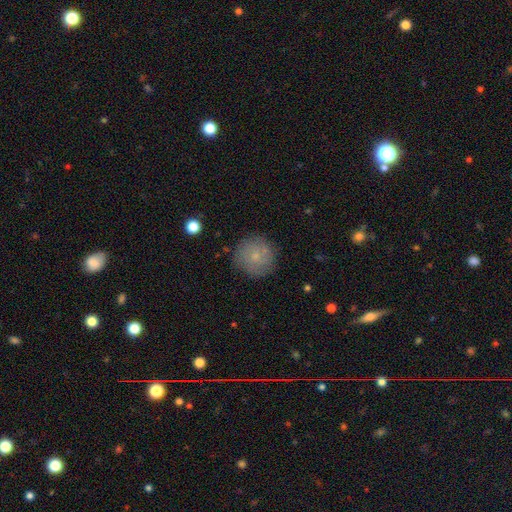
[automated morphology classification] The model was most divided on "smooth or featured": smooth: 65%, featured or disk: 26%, star or artifact: 9%. More confident: how rounded — round (94%); merging — none (84%).